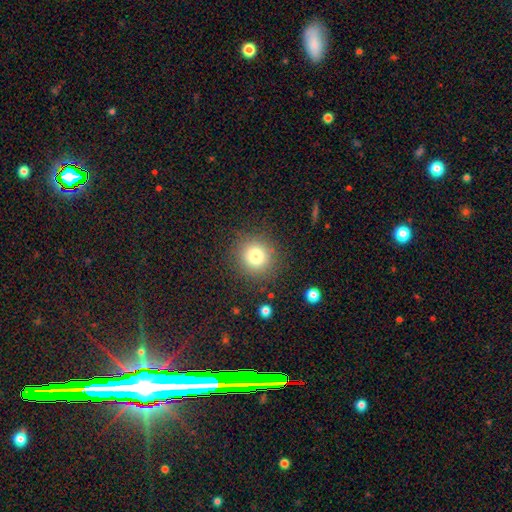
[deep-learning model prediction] smooth 79%, star or artifact 13%, featured or disk 8%. Down the decision tree: how rounded — round (90%); merging — none (87%).